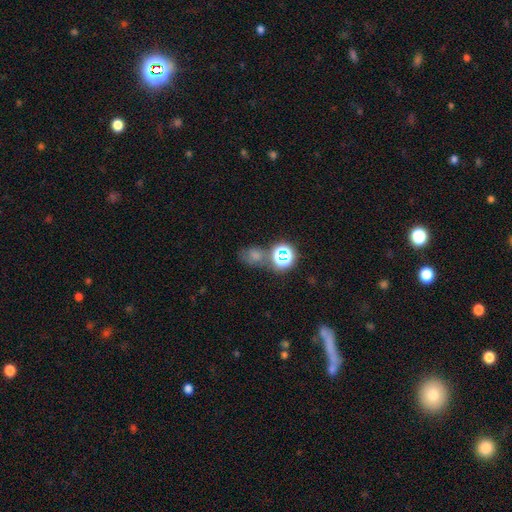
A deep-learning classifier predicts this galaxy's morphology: Smooth or featured? Predicted: smooth (p=0.57). How rounded? Predicted: in between (p=0.53). Merging? Predicted: none (p=0.51).